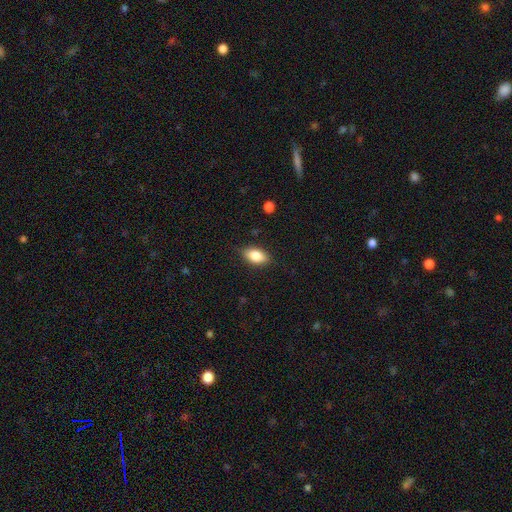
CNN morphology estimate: Smooth or featured: smooth — 83% (featured or disk — 10%)
How rounded: in between — 90% (round — 7%)
Merging: none — 85% (minor disturbance — 12%)